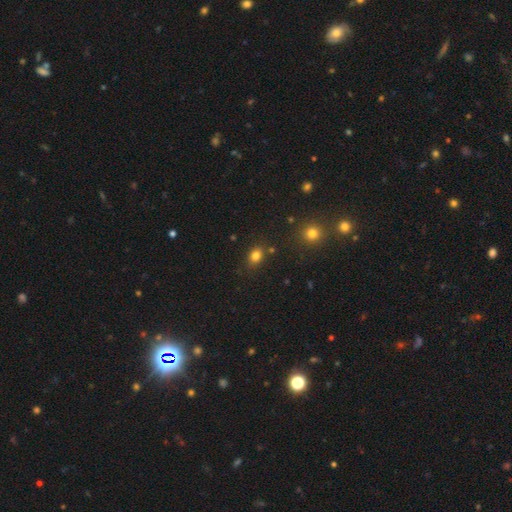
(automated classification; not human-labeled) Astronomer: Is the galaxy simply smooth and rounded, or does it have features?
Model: smooth — 81%.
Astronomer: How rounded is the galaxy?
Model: in between — 57% (runner-up: round, 42%).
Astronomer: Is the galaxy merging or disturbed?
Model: none — 79%.